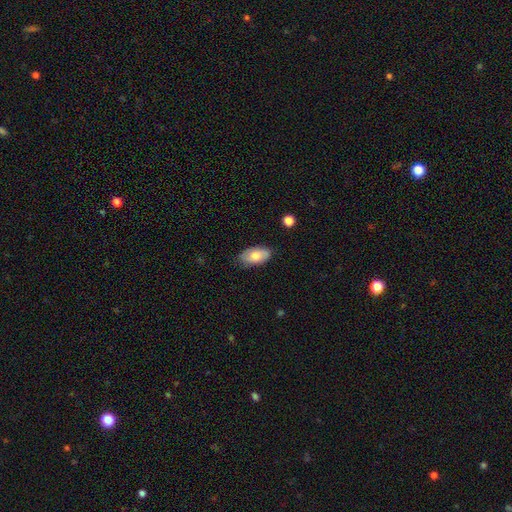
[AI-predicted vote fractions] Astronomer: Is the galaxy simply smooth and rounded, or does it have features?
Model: smooth — 73%.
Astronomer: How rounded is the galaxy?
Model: in between — 94%.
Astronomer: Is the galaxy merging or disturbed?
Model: none — 78%.